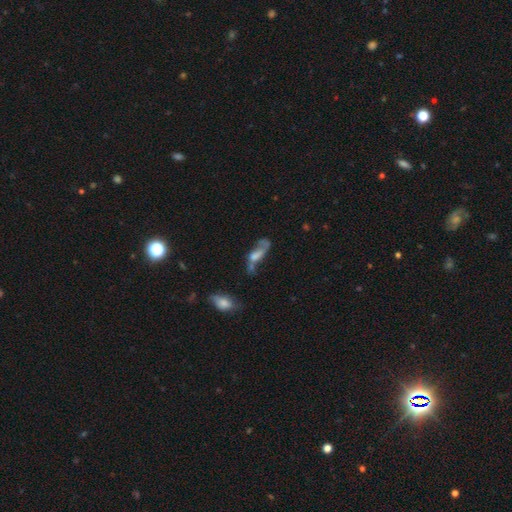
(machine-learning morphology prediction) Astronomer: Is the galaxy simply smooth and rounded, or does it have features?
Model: featured or disk — 48% (runner-up: smooth, 38%).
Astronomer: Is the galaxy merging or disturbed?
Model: major disturbance — 30% (runner-up: none, 28%).